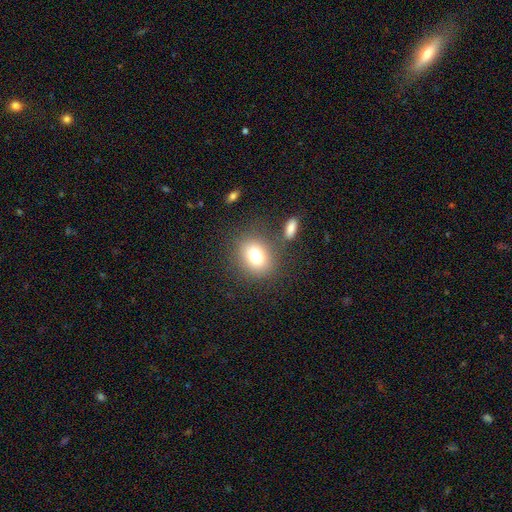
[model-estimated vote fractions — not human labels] Smooth or featured: smooth — 78% (star or artifact — 11%)
How rounded: round — 52% (in between — 47%)
Merging: none — 78% (minor disturbance — 10%)